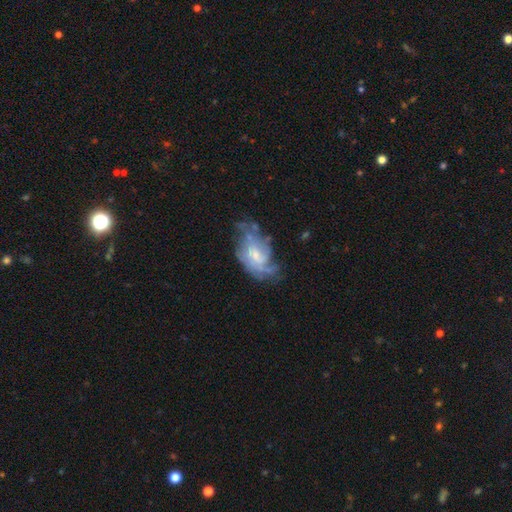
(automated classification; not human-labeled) This is likely a featured or disk galaxy (74%). It is clearly not viewed edge-on (96%). Bar: possibly no (55%). Spiral arm pattern: likely yes (80%). Spiral arm count: possibly can't tell (49%). Spiral winding: marginally medium (39%). Central bulge: possibly small (48%). Merging: possibly none (46%).